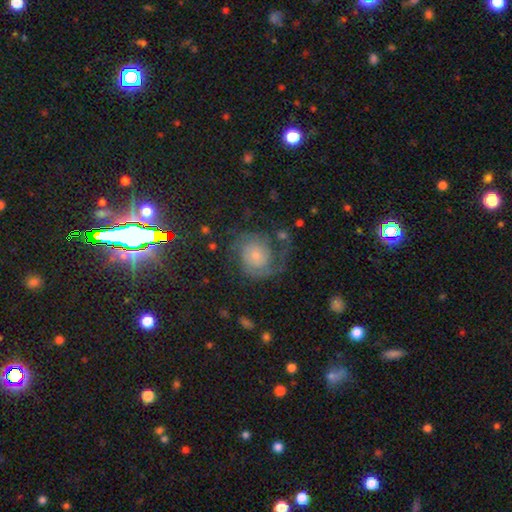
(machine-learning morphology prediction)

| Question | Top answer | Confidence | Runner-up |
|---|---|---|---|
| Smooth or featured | featured or disk | 68% | smooth (17%) |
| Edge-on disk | no | 98% | yes (2%) |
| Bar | no | 76% | weak (19%) |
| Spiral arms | yes | 93% | no (7%) |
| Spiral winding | tight | 44% | medium (40%) |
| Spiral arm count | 2 | 61% | can't tell (16%) |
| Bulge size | small | 60% | moderate (28%) |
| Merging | none | 61% | major disturbance (19%) |